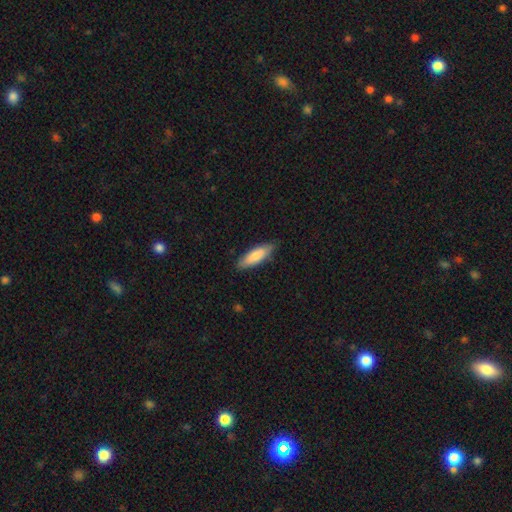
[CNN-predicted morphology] smooth_or_featured: smooth (p=0.80) [alt: featured or disk p=0.15]
how_rounded: cigar-shaped (p=0.52) [alt: in between p=0.47]
merging: none (p=0.84) [alt: minor disturbance p=0.13]